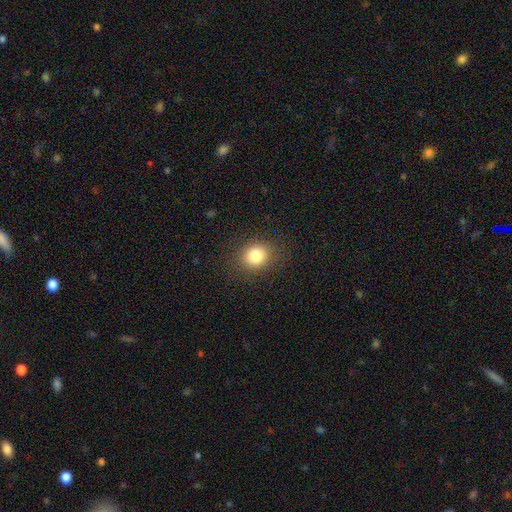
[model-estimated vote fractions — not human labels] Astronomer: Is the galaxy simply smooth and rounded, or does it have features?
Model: smooth — 82%.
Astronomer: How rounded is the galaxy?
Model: round — 65%.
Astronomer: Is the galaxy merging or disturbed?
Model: none — 86%.